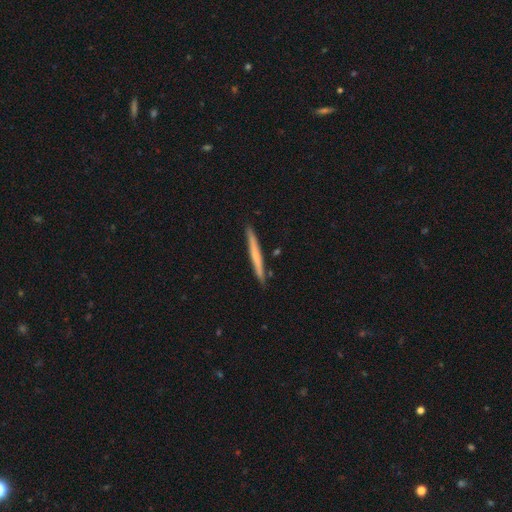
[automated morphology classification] Smooth or featured?
  - smooth: 49% *
  - featured or disk: 46%
  - star or artifact: 5%
Merging?
  - none: 89% *
  - minor disturbance: 8%
  - merger: 2%
  - major disturbance: 1%